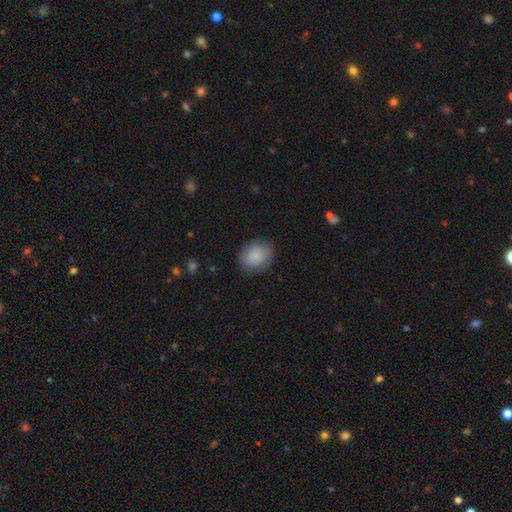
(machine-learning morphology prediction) Smooth or featured?
  - smooth: 86% *
  - star or artifact: 7%
  - featured or disk: 7%
How rounded?
  - round: 63% *
  - in between: 36%
  - cigar-shaped: 1%
Merging?
  - none: 83% *
  - minor disturbance: 12%
  - major disturbance: 3%
  - merger: 1%